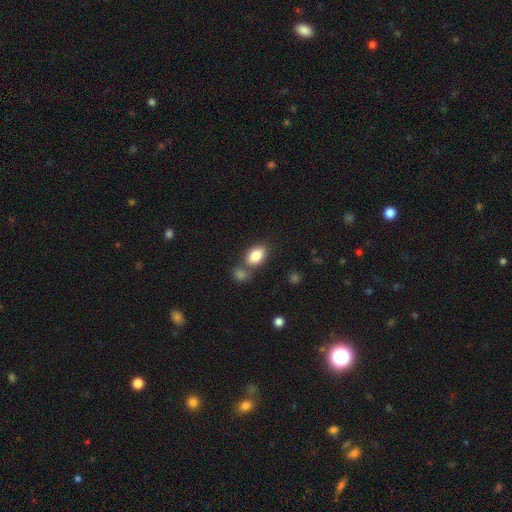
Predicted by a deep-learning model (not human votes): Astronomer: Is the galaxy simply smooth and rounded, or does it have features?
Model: smooth — 84%.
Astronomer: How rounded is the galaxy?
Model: in between — 88%.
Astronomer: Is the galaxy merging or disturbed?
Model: none — 57%.